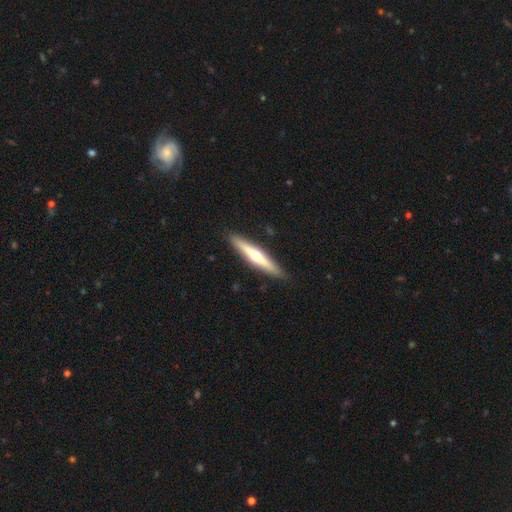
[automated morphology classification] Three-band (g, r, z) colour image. It shows a featured or disk galaxy (57%) viewed edge-on (95%) with a rounded central bulge (89%). Merging: none (91%).